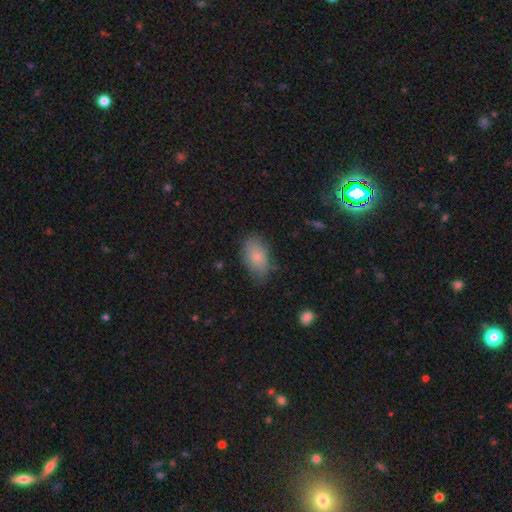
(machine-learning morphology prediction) Q: Smooth or featured?
A: smooth (79%); runner-up: featured or disk (13%)
Q: How rounded?
A: in between (93%); runner-up: round (5%)
Q: Merging?
A: none (74%); runner-up: minor disturbance (20%)